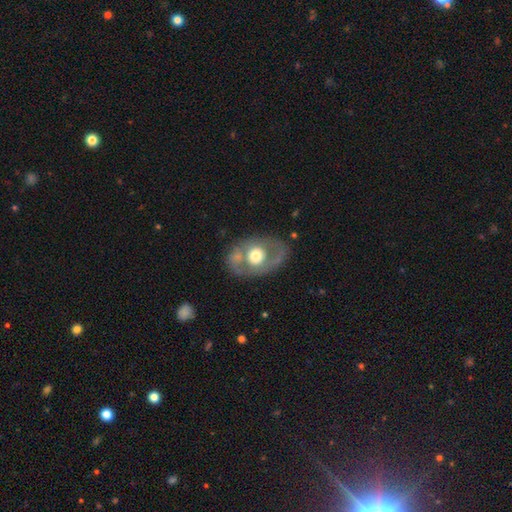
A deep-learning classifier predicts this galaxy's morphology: Smooth or featured?
  - featured or disk: 55% *
  - smooth: 39%
  - star or artifact: 6%
Edge-on disk?
  - no: 93% *
  - yes: 7%
Bar?
  - no: 87% *
  - weak: 10%
  - strong: 3%
Spiral arms?
  - no: 81% *
  - yes: 19%
Bulge size?
  - moderate: 53% *
  - large: 38%
  - small: 5%
  - dominant: 3%
  - none: 1%
Merging?
  - none: 65% *
  - minor disturbance: 17%
  - major disturbance: 10%
  - merger: 8%